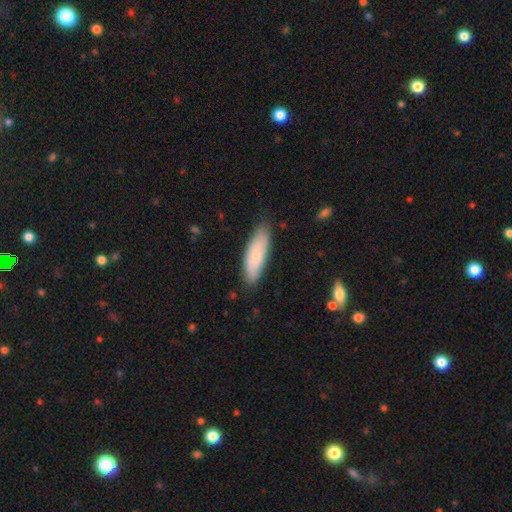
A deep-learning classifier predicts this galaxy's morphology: The model was most divided on "how rounded": in between: 57%, cigar-shaped: 41%, round: 2%. More confident: merging — none (80%); smooth or featured — smooth (71%).